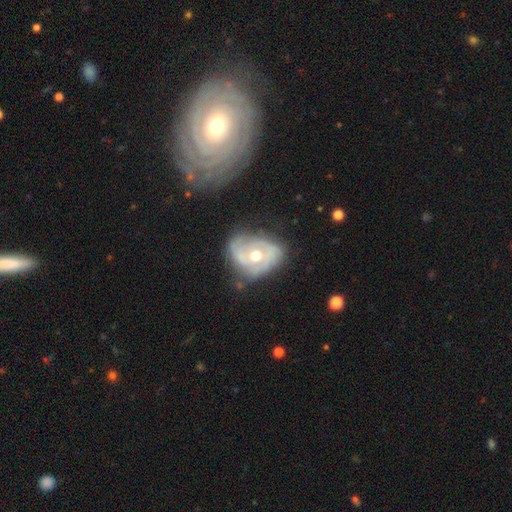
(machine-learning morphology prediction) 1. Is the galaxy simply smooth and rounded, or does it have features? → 76% featured or disk, 17% smooth, 6% star or artifact.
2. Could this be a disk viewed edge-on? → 96% no, 4% yes.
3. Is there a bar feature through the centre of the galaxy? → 77% no, 18% weak, 5% strong.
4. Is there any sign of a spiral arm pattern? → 77% yes, 23% no.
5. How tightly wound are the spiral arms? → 49% tight, 35% medium, 16% loose.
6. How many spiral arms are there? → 37% 2, 33% can't tell, 16% 3, 7% 1, 4% 4, 3% more than 4.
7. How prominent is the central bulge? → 77% moderate, 17% small, 5% large, 1% none, 1% dominant.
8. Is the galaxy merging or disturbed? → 51% none, 29% minor disturbance, 16% major disturbance, 4% merger.